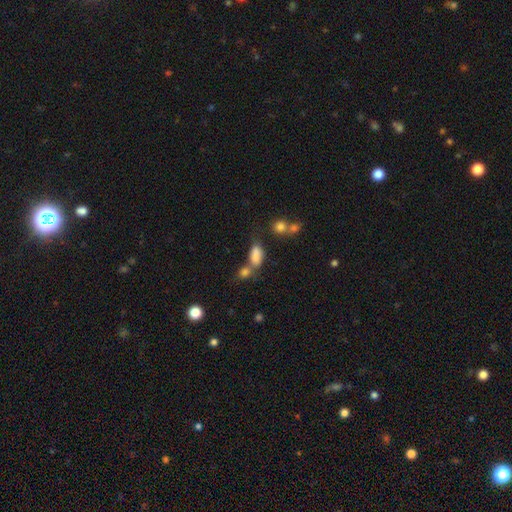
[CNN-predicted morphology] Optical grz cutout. It shows a smooth galaxy with no disk features (80%) that is in between round and cigar-shaped (87%). Merging: merger (43%).